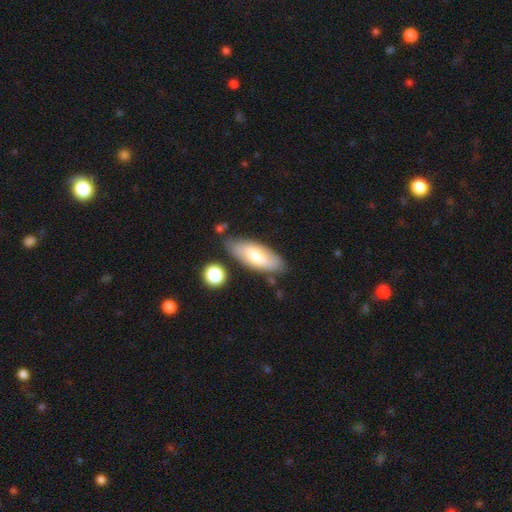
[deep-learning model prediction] Smooth or featured: smooth — 62% (featured or disk — 31%)
How rounded: in between — 75% (cigar-shaped — 23%)
Merging: none — 76% (minor disturbance — 16%)